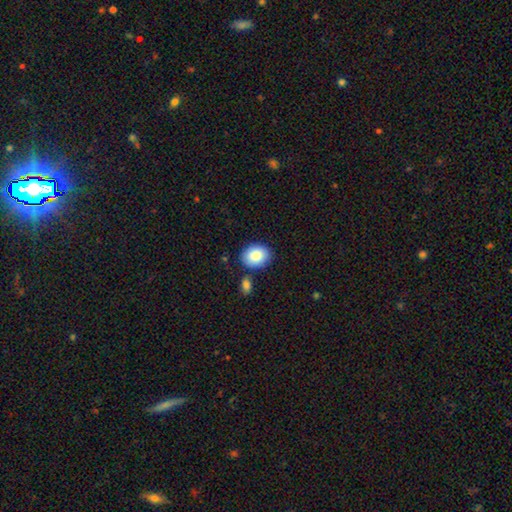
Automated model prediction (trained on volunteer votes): Smooth or featured: smooth — 86% (featured or disk — 7%)
How rounded: in between — 60% (round — 39%)
Merging: none — 79% (minor disturbance — 12%)